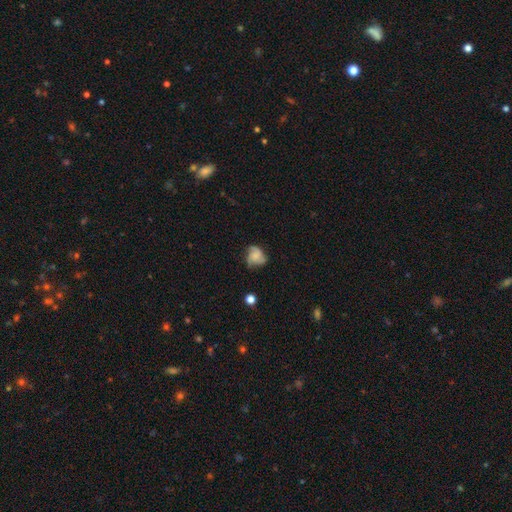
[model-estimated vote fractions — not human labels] A featured or disk galaxy (50%). Merging: none (59%).